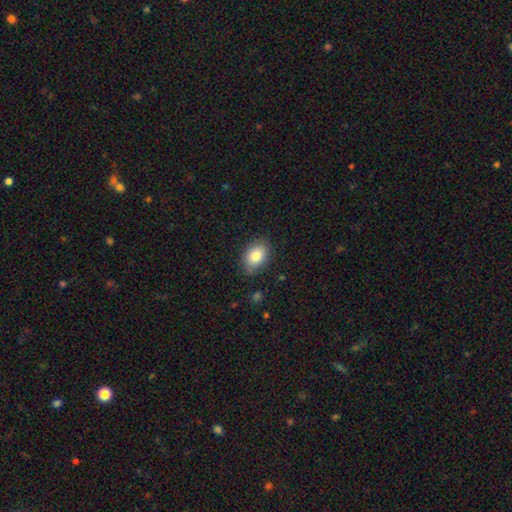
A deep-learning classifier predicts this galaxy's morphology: A smooth galaxy with no disk features (82%) that is in between round and cigar-shaped (81%). Merging: none (83%).